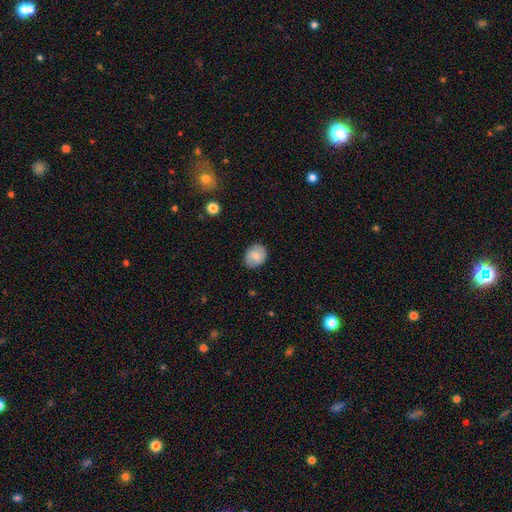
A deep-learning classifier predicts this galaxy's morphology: A smooth galaxy with no disk features (72%) that is round (52%).

Vote fractions:
- Smooth or featured? smooth: 72% / featured or disk: 20% / star or artifact: 8%
- How rounded? round: 52% / in between: 47% / cigar-shaped: 1%
- Merging? none: 83% / minor disturbance: 13% / major disturbance: 3% / merger: 1%